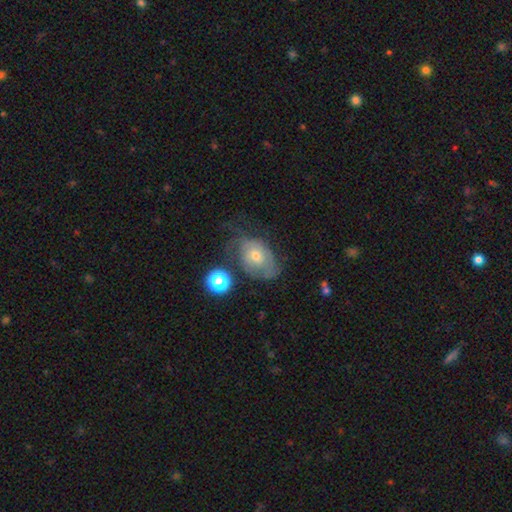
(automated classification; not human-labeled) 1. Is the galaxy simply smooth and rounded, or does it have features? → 53% featured or disk, 38% smooth, 10% star or artifact.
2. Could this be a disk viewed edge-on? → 95% no, 5% yes.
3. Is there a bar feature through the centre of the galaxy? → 82% no, 16% weak, 2% strong.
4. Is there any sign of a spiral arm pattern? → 63% yes, 37% no.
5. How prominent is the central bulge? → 49% moderate, 45% small, 3% large, 2% none, 1% dominant.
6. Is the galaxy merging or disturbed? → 38% none, 31% minor disturbance, 26% major disturbance, 5% merger.